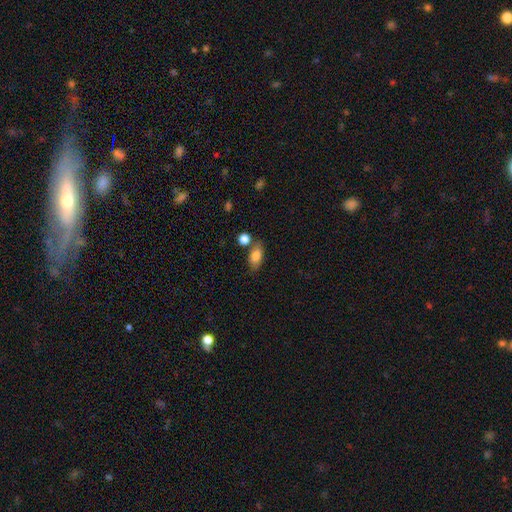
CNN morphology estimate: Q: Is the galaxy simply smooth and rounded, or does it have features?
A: smooth — 82%.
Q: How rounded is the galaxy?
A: in between — 87%.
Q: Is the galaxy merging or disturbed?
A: none — 64%.